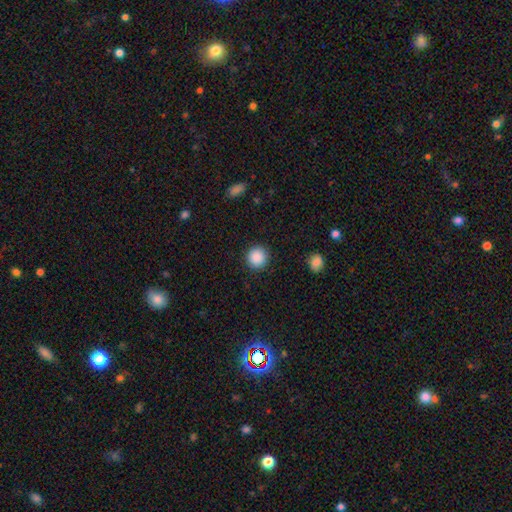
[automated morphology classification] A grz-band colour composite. It shows a smooth galaxy with no disk features (89%) that is round (94%). Merging: none (91%).